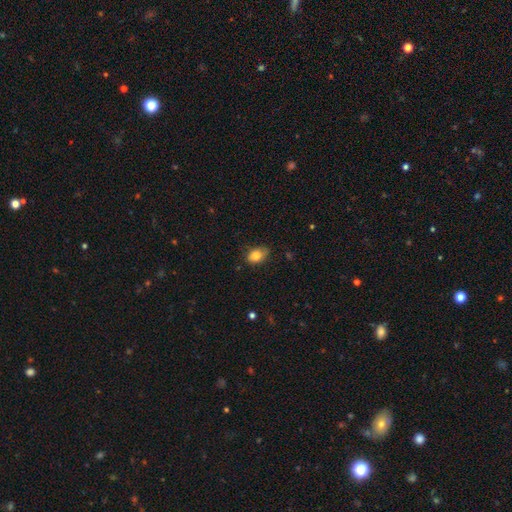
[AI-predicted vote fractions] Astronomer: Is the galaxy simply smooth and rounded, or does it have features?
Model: smooth — 82%.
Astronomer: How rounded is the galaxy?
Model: in between — 79%.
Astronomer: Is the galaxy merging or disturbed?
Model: none — 67%.